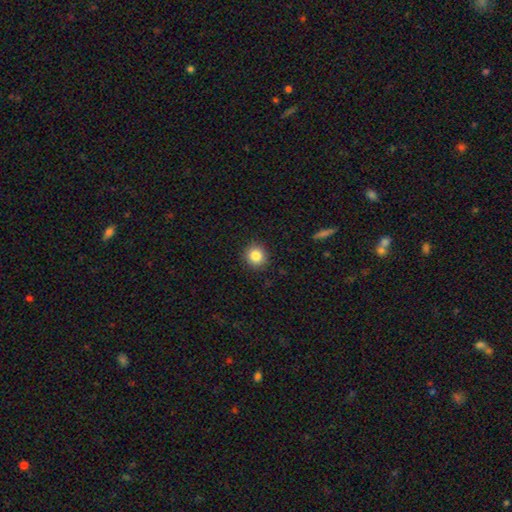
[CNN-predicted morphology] smooth_or_featured: smooth (p=0.85) [alt: star or artifact p=0.10]
how_rounded: round (p=0.91) [alt: in between p=0.08]
merging: none (p=0.91) [alt: minor disturbance p=0.06]